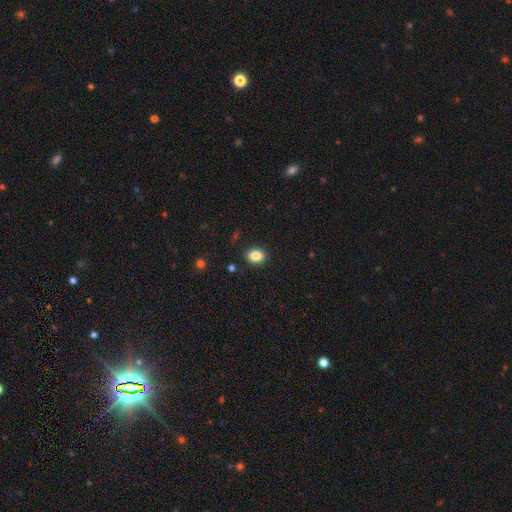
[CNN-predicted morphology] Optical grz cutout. It shows a smooth galaxy with no disk features (86%) that is in between round and cigar-shaped (70%). Merging: none (87%).